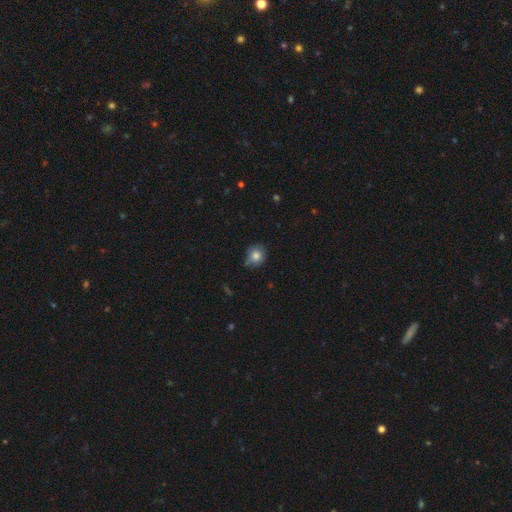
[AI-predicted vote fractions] Morphology: type=smooth (80%); roundness=round (76%); merging=none (68%).